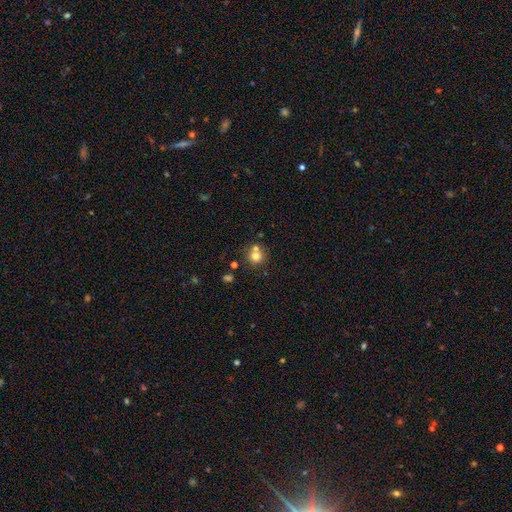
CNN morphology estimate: smooth-or-featured: smooth: 73% | featured or disk: 13% | star or artifact: 13%
  how-rounded: round: 90% | in between: 9% | cigar-shaped: 1%
  merging: none: 57% | merger: 31% | minor disturbance: 8% | major disturbance: 3%